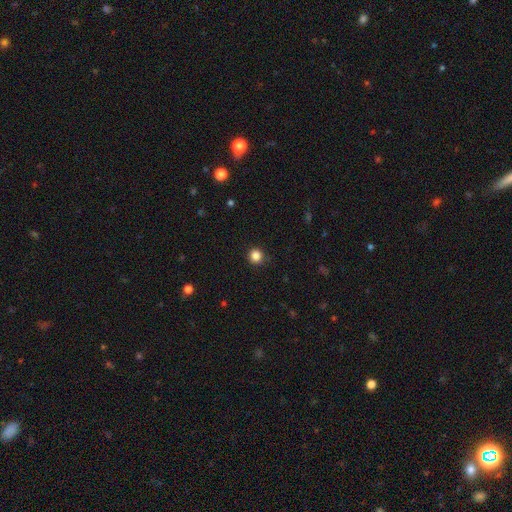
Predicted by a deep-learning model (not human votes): Smooth or featured: smooth — 85% (star or artifact — 12%)
How rounded: round — 94% (in between — 5%)
Merging: none — 90% (minor disturbance — 7%)